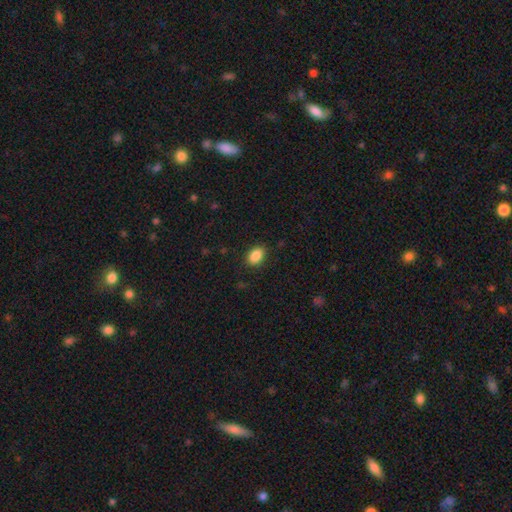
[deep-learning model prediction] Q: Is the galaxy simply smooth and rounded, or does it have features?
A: smooth — 89%.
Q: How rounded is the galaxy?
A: in between — 88%.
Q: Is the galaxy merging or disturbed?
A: none — 87%.